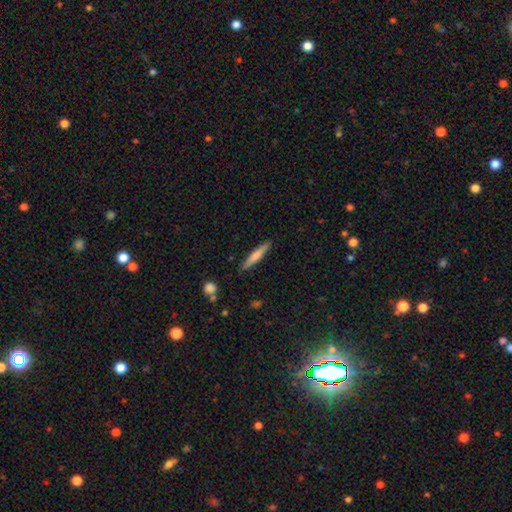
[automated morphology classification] smooth-or-featured: smooth: 68% | featured or disk: 26% | star or artifact: 6%
  how-rounded: cigar-shaped: 92% | in between: 6% | round: 1%
  merging: none: 88% | minor disturbance: 9% | major disturbance: 2% | merger: 2%